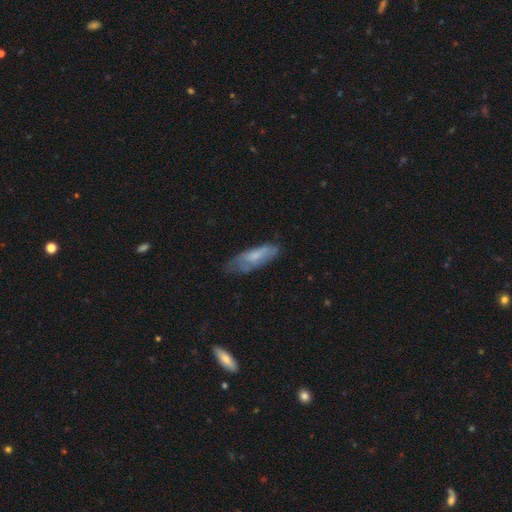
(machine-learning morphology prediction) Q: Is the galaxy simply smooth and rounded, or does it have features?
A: smooth — 62%.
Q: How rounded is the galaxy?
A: in between — 57%.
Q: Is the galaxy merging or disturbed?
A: none — 55%.